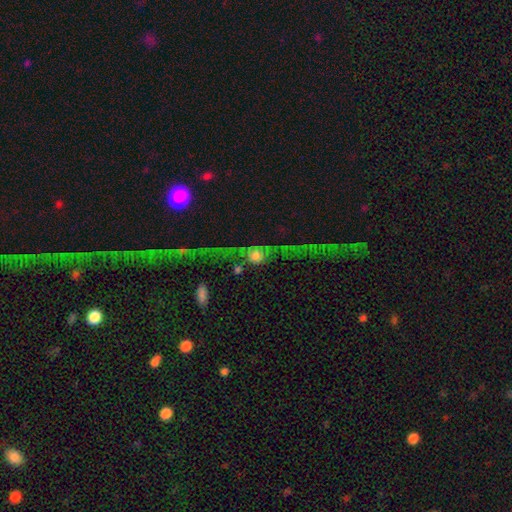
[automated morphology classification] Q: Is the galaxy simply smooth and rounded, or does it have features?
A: featured or disk — 53%.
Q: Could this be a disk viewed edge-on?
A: yes — 67%.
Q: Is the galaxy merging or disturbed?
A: none — 52%.